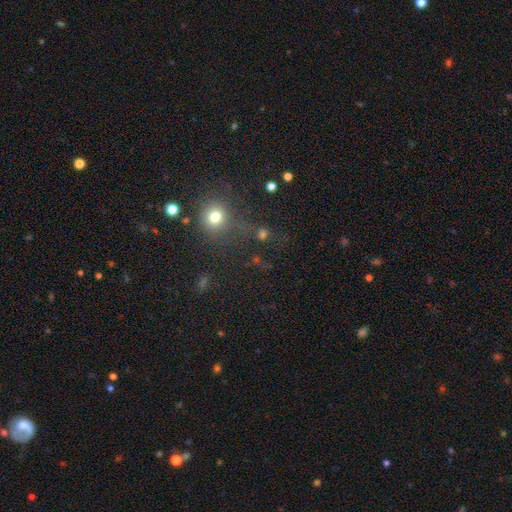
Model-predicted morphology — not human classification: This appears to be a smooth galaxy with no disk features (49%). Merging: none (74%).